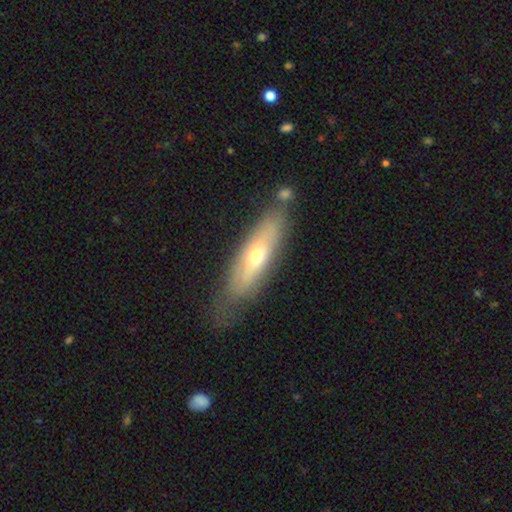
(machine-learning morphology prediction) smooth_or_featured: featured or disk (p=0.48) [alt: smooth p=0.45]
merging: none (p=0.66) [alt: minor disturbance p=0.21]